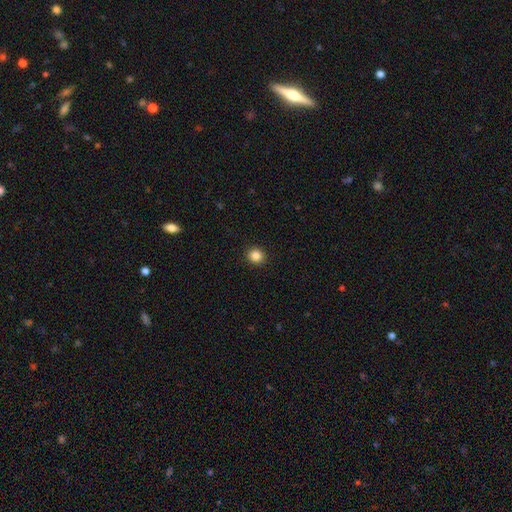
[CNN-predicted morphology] Smooth or featured?
  - smooth: 86% *
  - star or artifact: 11%
  - featured or disk: 4%
How rounded?
  - round: 87% *
  - in between: 12%
  - cigar-shaped: 1%
Merging?
  - none: 93% *
  - minor disturbance: 5%
  - major disturbance: 2%
  - merger: 1%